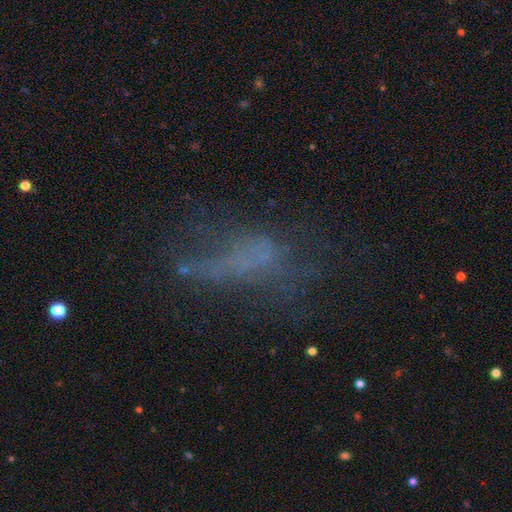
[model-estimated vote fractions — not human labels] smooth-or-featured: featured or disk: 38% | smooth: 35% | star or artifact: 27%
  merging: major disturbance: 38% | none: 37% | minor disturbance: 18% | merger: 6%